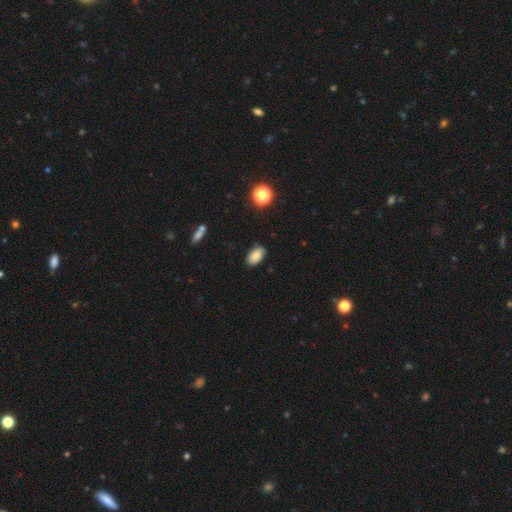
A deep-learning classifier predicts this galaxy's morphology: This appears to be a smooth galaxy with no disk features (86%) that is in between round and cigar-shaped (93%). Merging: none (85%).